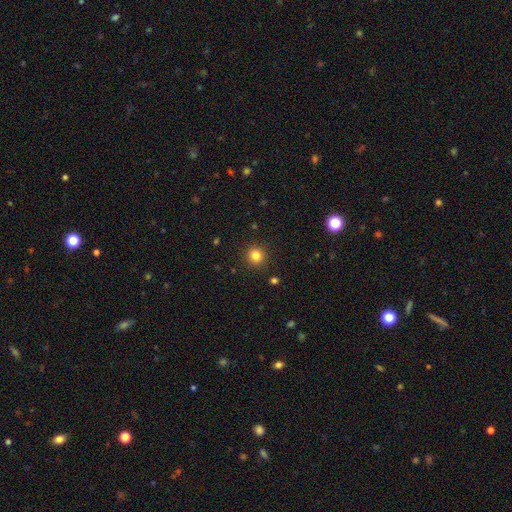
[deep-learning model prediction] smooth_or_featured: smooth (p=0.82) [alt: star or artifact p=0.13]
how_rounded: round (p=0.94) [alt: in between p=0.06]
merging: none (p=0.92) [alt: minor disturbance p=0.05]